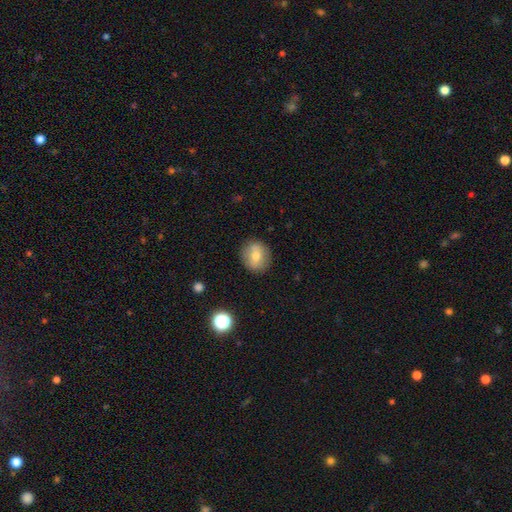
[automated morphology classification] type=smooth (67%); roundness=round (76%); merging=none (86%).